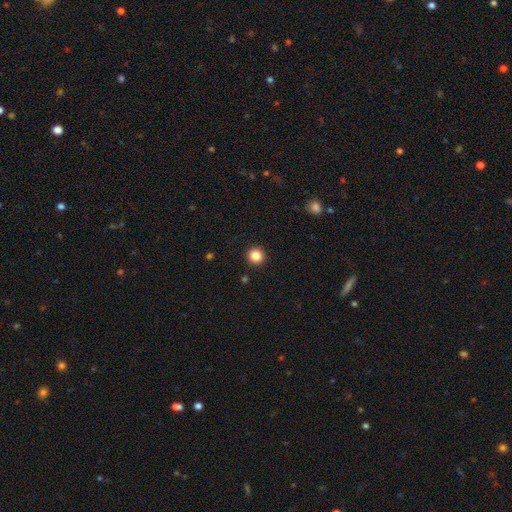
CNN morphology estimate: type=smooth (85%); roundness=round (95%); merging=none (93%).